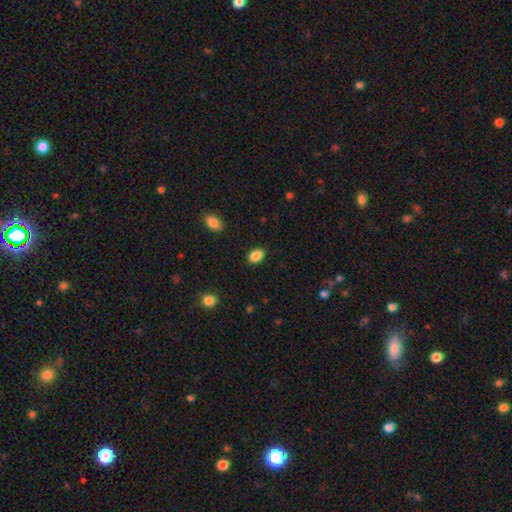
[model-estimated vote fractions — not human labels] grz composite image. It shows a smooth galaxy with no disk features (88%) that is in between round and cigar-shaped (83%). Merging: none (88%).